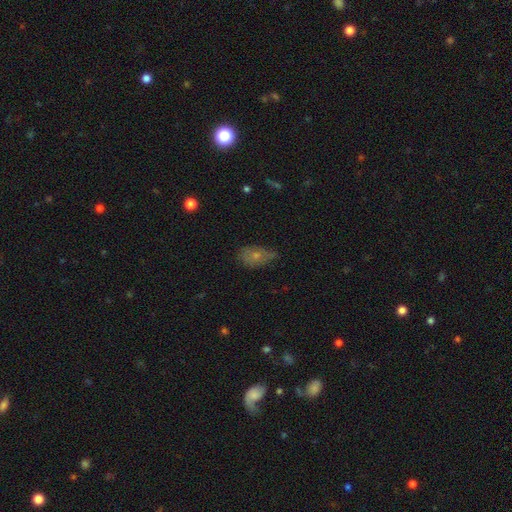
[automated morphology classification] smooth-or-featured: smooth: 55% | featured or disk: 25% | star or artifact: 20%
  how-rounded: in between: 83% | round: 13% | cigar-shaped: 4%
  merging: none: 58% | minor disturbance: 30% | major disturbance: 10% | merger: 2%